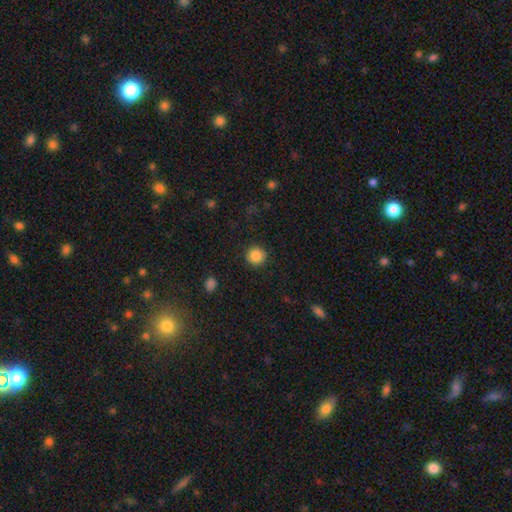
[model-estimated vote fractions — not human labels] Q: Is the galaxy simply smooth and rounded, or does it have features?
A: smooth — 87%.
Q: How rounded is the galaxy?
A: round — 94%.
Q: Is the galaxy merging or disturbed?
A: none — 91%.